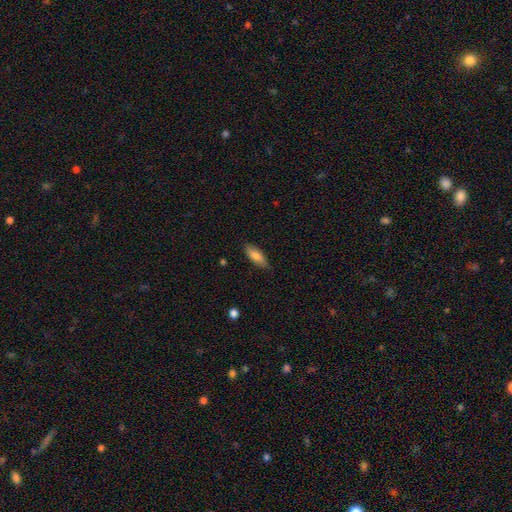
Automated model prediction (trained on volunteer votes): Smooth or featured? smooth (80%)
How rounded? in between (73%)
Merging? none (82%)